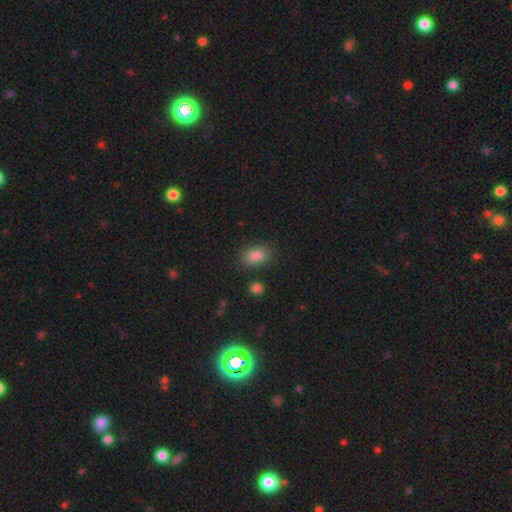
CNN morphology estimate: Overall: smooth (85%). How rounded: in between (86%). Merging: none (83%).